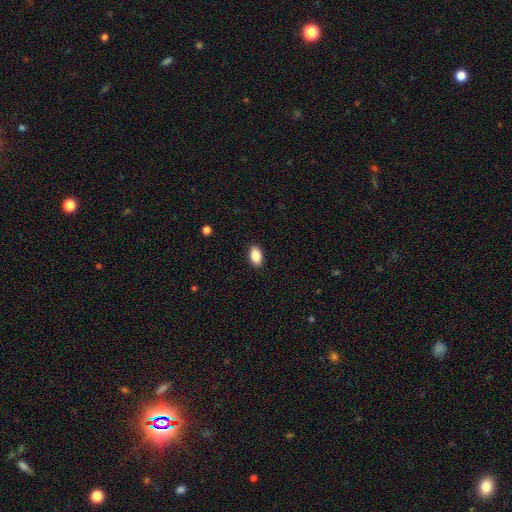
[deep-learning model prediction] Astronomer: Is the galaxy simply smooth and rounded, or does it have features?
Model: smooth — 87%.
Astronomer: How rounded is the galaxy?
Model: in between — 91%.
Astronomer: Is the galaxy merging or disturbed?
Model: none — 89%.